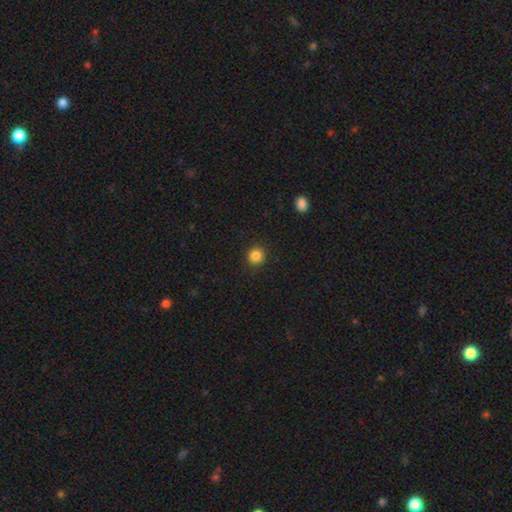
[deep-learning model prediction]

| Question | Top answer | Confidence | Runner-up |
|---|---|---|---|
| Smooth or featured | smooth | 86% | star or artifact (11%) |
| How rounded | round | 90% | in between (9%) |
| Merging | none | 90% | minor disturbance (7%) |